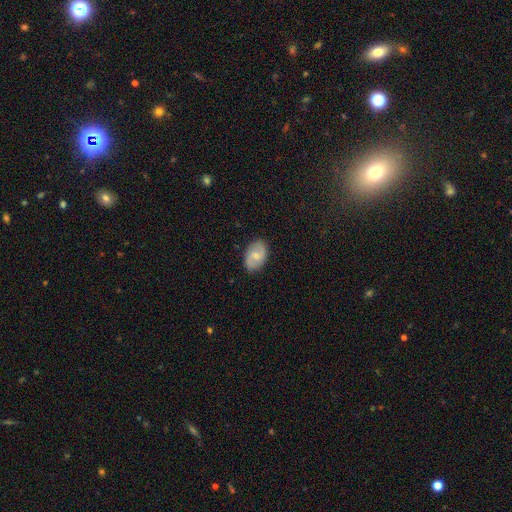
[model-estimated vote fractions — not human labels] smooth_or_featured: featured or disk (p=0.49) [alt: smooth p=0.45]
merging: none (p=0.85) [alt: minor disturbance p=0.11]